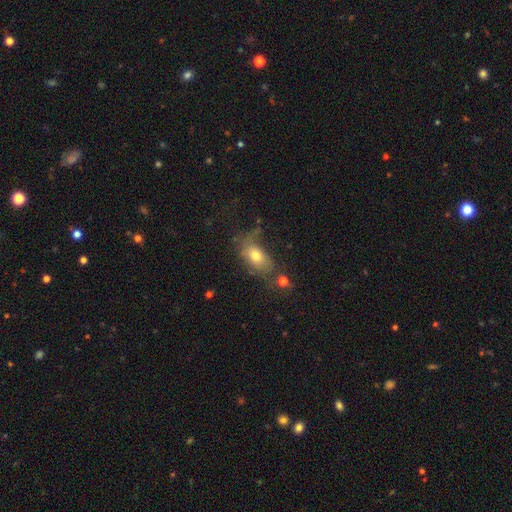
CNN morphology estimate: smooth-or-featured: smooth: 72% | featured or disk: 18% | star or artifact: 10%
  how-rounded: in between: 85% | round: 11% | cigar-shaped: 4%
  merging: none: 51% | minor disturbance: 26% | major disturbance: 15% | merger: 8%